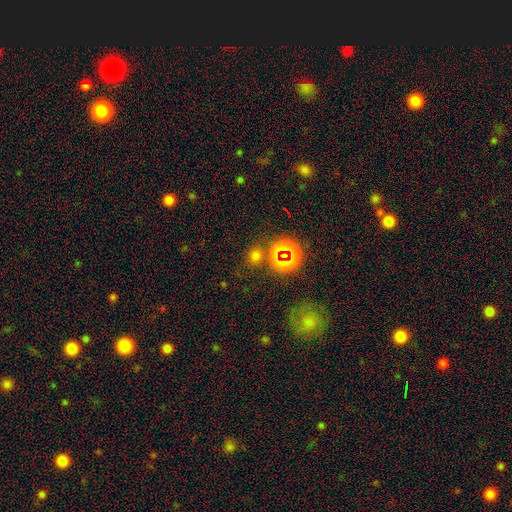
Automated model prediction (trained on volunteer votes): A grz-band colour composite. It shows a smooth galaxy with no disk features (57%) that is round (75%). Merging: none (77%).